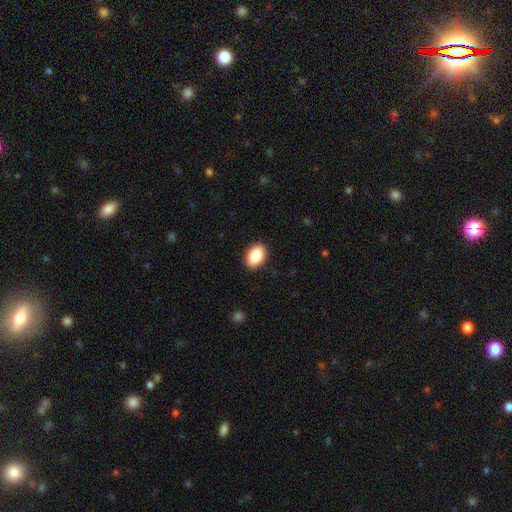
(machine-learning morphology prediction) Q: Smooth or featured?
A: smooth (88%); runner-up: star or artifact (7%)
Q: How rounded?
A: in between (89%); runner-up: round (10%)
Q: Merging?
A: none (90%); runner-up: minor disturbance (7%)